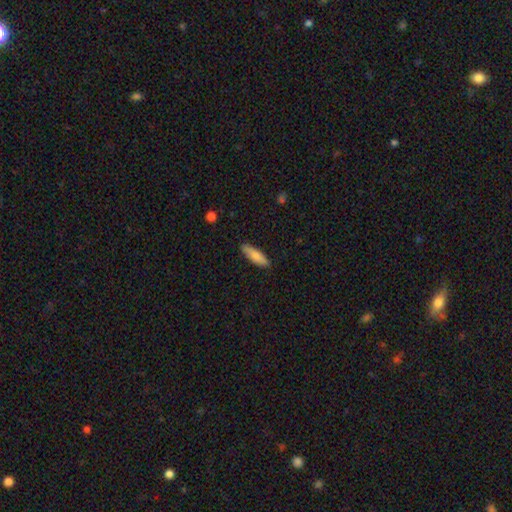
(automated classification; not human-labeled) Overall: smooth (78%). How rounded: cigar-shaped (57%; in between 41%). Merging: none (87%).